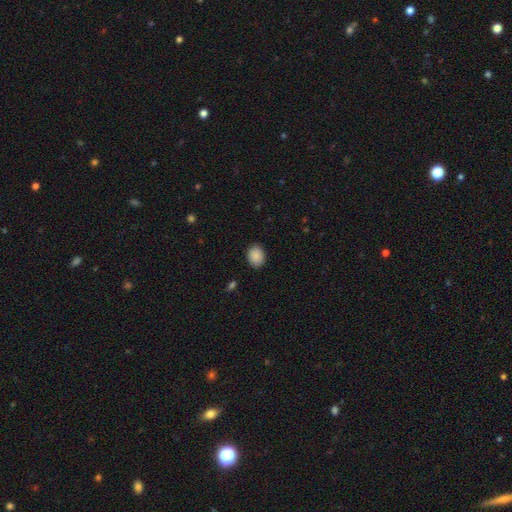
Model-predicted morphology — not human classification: type=smooth (89%); roundness=in between (59%); merging=none (88%).